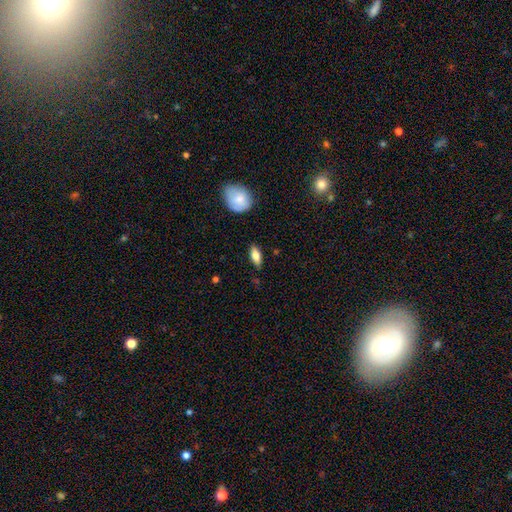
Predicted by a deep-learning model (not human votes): smooth 71%, featured or disk 22%, star or artifact 7%. Down the decision tree: how rounded — in between (76%); merging — none (84%).